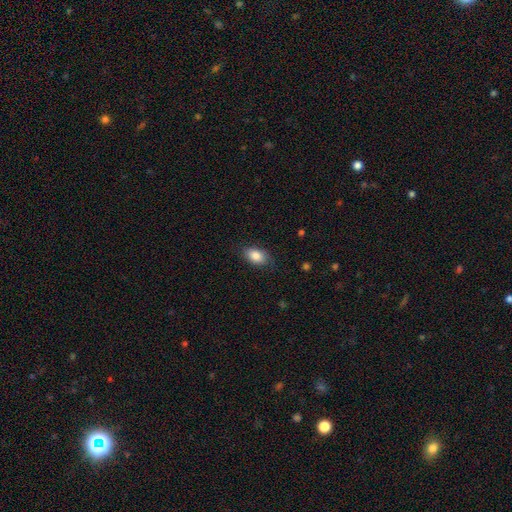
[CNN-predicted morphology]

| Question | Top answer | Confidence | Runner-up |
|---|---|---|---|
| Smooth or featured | smooth | 86% | star or artifact (7%) |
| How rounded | in between | 88% | round (10%) |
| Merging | none | 81% | minor disturbance (15%) |